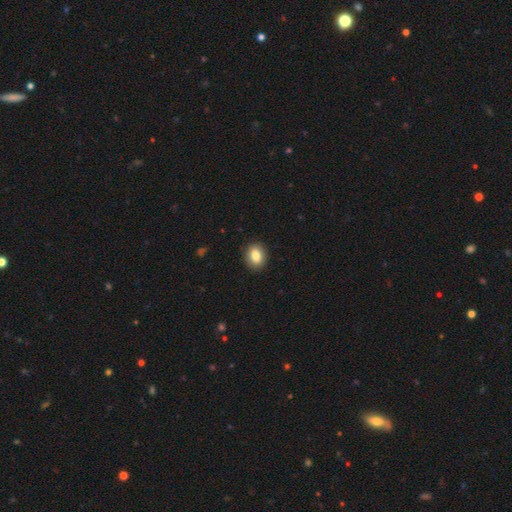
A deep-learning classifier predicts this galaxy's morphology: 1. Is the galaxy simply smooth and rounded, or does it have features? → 84% smooth, 8% star or artifact, 8% featured or disk.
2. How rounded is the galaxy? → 57% in between, 42% round, 1% cigar-shaped.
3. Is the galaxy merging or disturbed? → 90% none, 7% minor disturbance, 2% major disturbance, 1% merger.